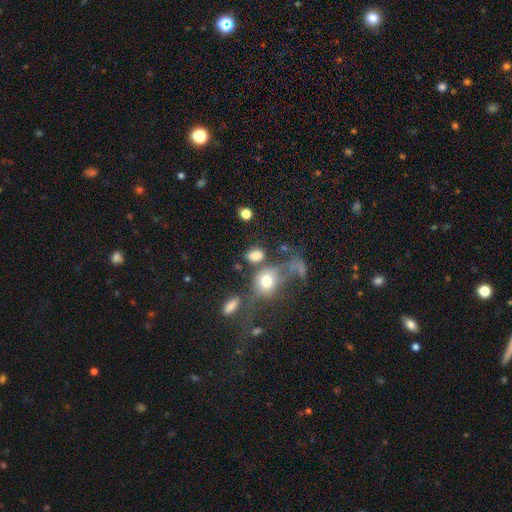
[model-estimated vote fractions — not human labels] The model was most divided on "merging": none: 38%, merger: 32%, major disturbance: 16%, minor disturbance: 13%. More confident: smooth or featured — smooth (76%); how rounded — in between (69%).